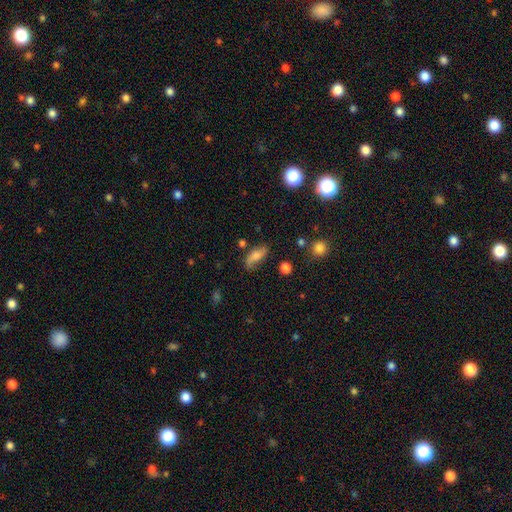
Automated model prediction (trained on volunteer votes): Morphology: type=smooth (54%); roundness=in between (76%); merging=none (62%).